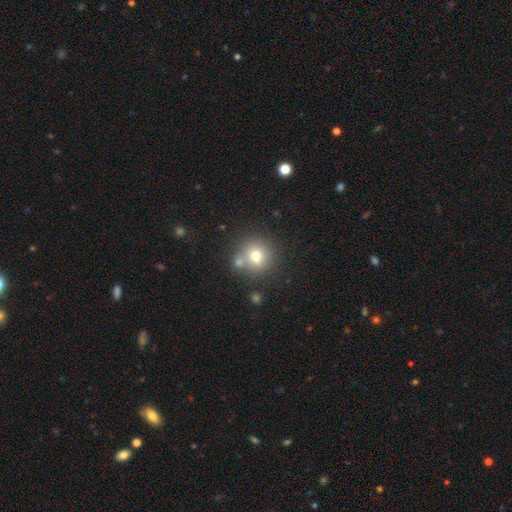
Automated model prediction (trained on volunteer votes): A smooth galaxy with no disk features (73%) that is round (90%). Merging: none (67%).